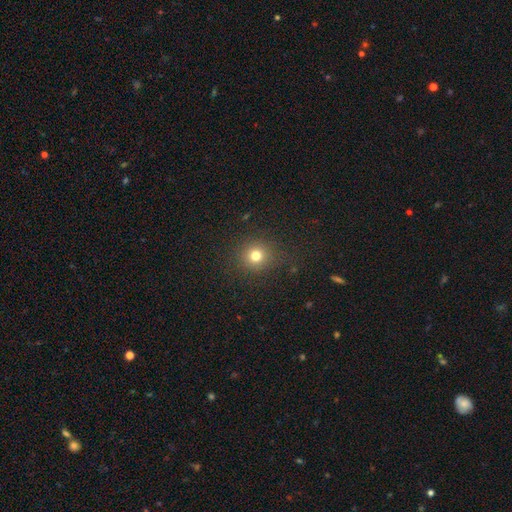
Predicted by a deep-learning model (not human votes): A smooth galaxy with no disk features (75%) that is round (91%).

Vote fractions:
- Smooth or featured? smooth: 75% / star or artifact: 17% / featured or disk: 7%
- How rounded? round: 91% / in between: 8% / cigar-shaped: 1%
- Merging? none: 88% / minor disturbance: 8% / major disturbance: 4% / merger: 1%